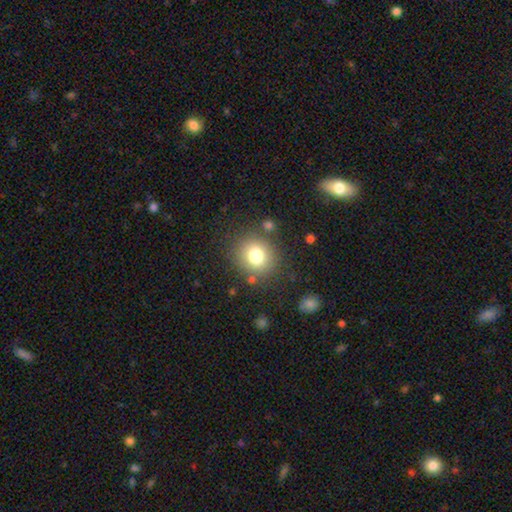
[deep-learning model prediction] Smooth or featured? smooth (77%)
How rounded? round (81%)
Merging? none (81%)